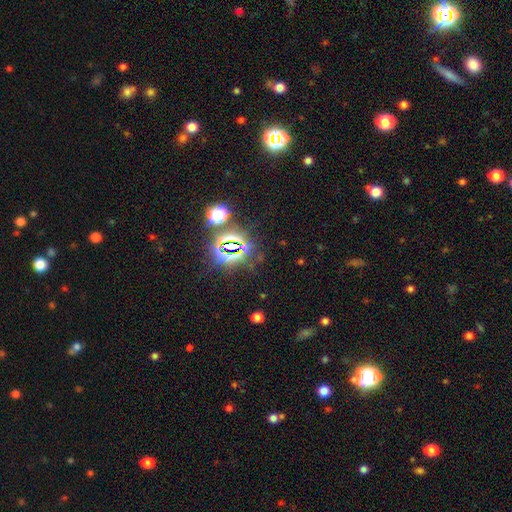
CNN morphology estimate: A star or artifact, not a galaxy (78%).

Vote fractions:
- Smooth or featured? star or artifact: 78% / smooth: 13% / featured or disk: 9%